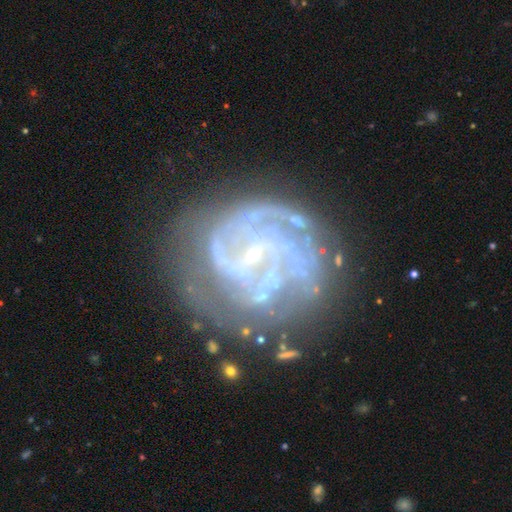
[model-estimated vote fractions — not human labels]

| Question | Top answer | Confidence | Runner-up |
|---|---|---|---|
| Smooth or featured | featured or disk | 83% | smooth (9%) |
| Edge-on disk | no | 98% | yes (2%) |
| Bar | no | 44% | weak (41%) |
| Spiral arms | yes | 85% | no (15%) |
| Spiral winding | tight | 56% | medium (32%) |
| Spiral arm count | can't tell | 37% | 3 (19%) |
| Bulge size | small | 73% | none (16%) |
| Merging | none | 60% | minor disturbance (19%) |